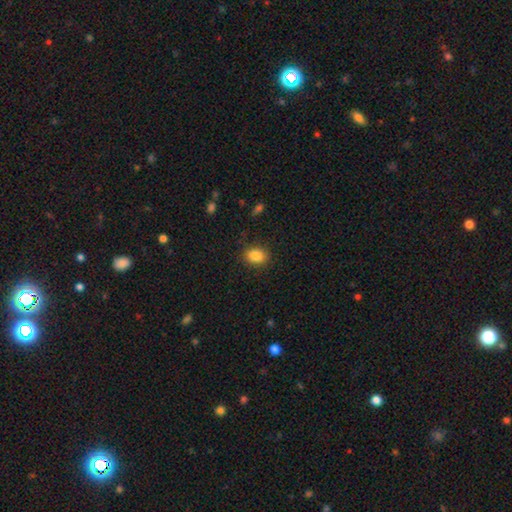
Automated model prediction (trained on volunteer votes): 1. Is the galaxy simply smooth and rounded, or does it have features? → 85% smooth, 9% star or artifact, 5% featured or disk.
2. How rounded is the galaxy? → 69% in between, 30% round, 1% cigar-shaped.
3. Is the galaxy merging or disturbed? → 87% none, 9% minor disturbance, 3% major disturbance, 1% merger.